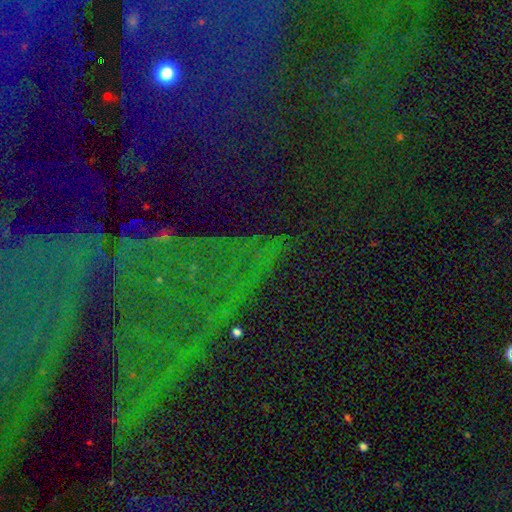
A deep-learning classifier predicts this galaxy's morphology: star or artifact 79%, featured or disk 11%, smooth 10%.